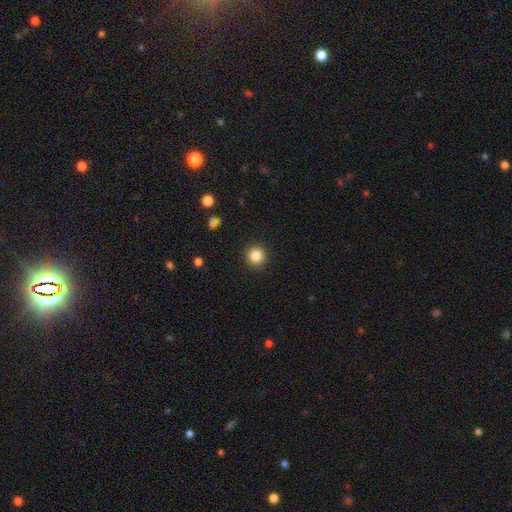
This is clearly a smooth galaxy (89%). How rounded: clearly round (94%). Merging: clearly none (86%).